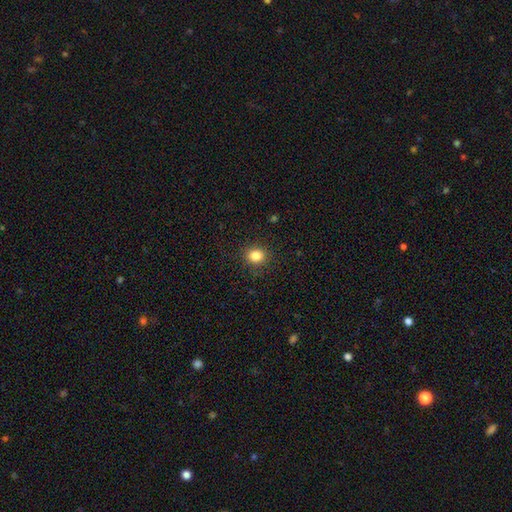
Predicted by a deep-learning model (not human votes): smooth-or-featured: smooth: 84% | star or artifact: 11% | featured or disk: 5%
  how-rounded: round: 72% | in between: 27% | cigar-shaped: 1%
  merging: none: 89% | minor disturbance: 8% | major disturbance: 3% | merger: 1%